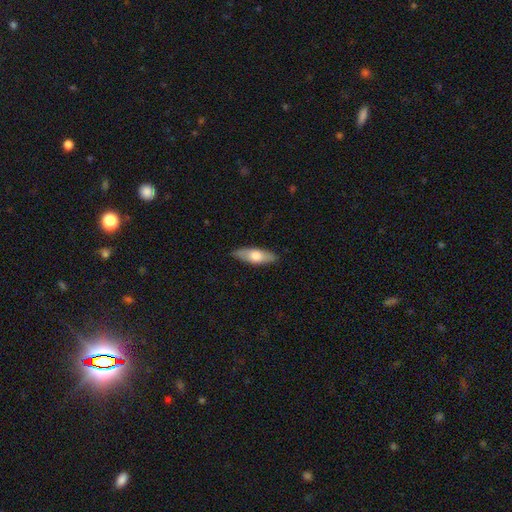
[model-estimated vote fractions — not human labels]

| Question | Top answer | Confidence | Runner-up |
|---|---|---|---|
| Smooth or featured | smooth | 62% | featured or disk (33%) |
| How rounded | in between | 61% | cigar-shaped (36%) |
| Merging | none | 87% | minor disturbance (10%) |